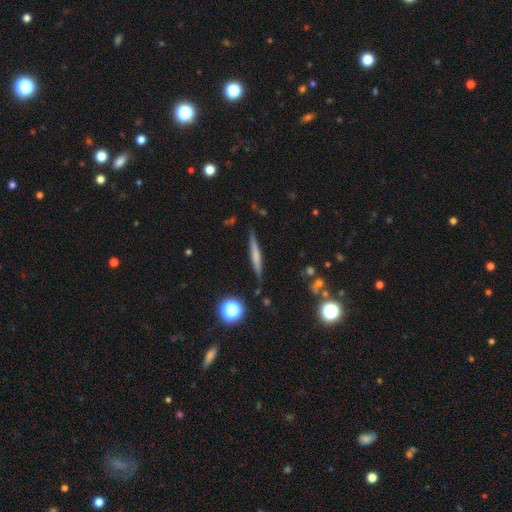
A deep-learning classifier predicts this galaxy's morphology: Overall: smooth (49%; featured or disk 41%). Merging: none (86%).